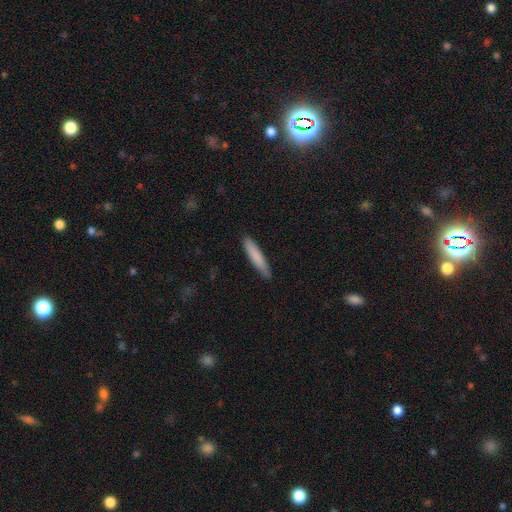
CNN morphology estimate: Smooth or featured? Predicted: smooth (p=0.82). How rounded? Predicted: cigar-shaped (p=0.90). Merging? Predicted: none (p=0.88).